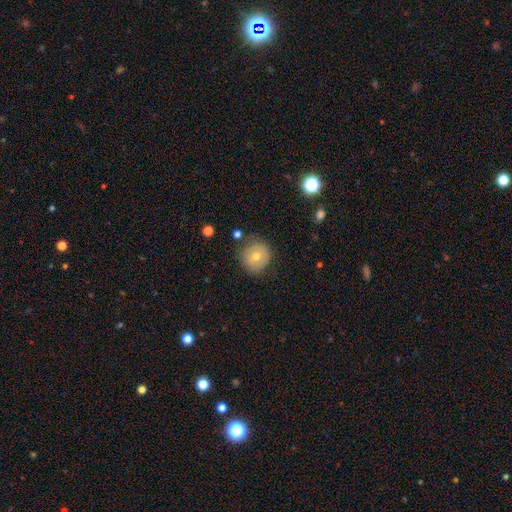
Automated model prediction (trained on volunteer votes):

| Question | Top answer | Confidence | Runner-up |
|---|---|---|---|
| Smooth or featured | smooth | 58% | featured or disk (30%) |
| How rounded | round | 93% | in between (6%) |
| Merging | none | 83% | minor disturbance (12%) |